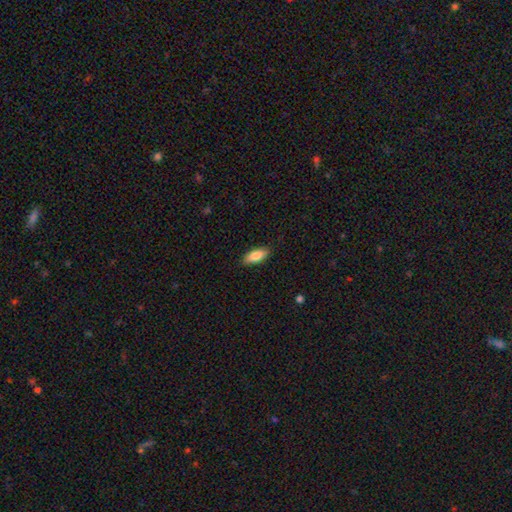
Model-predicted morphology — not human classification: smooth 84%, featured or disk 10%, star or artifact 6%. Down the decision tree: how rounded — in between (79%); merging — none (88%).